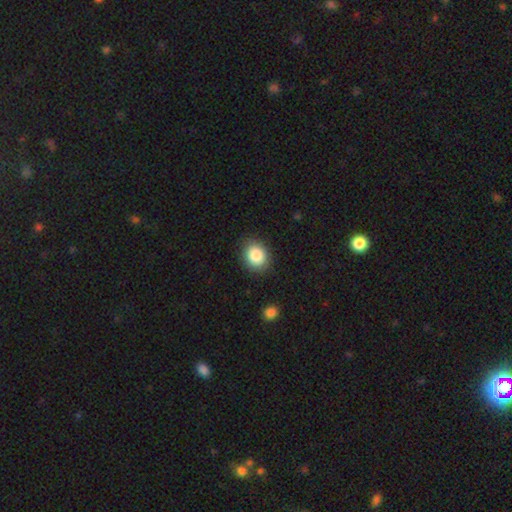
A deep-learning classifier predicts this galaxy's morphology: Smooth or featured?
  - smooth: 86% *
  - star or artifact: 8%
  - featured or disk: 6%
How rounded?
  - round: 58% *
  - in between: 41%
  - cigar-shaped: 1%
Merging?
  - none: 87% *
  - minor disturbance: 9%
  - major disturbance: 3%
  - merger: 1%